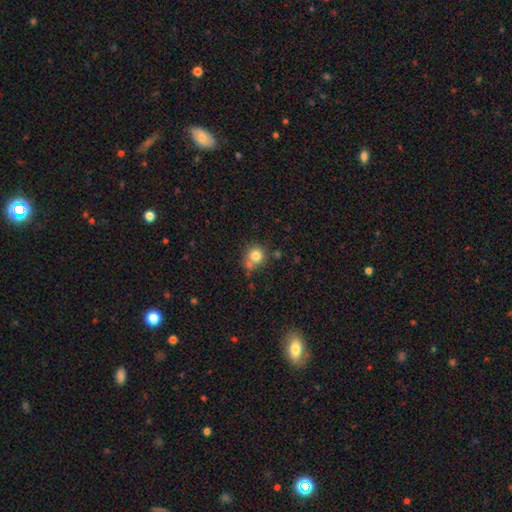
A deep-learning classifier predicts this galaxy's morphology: Smooth or featured?
  - smooth: 79% *
  - star or artifact: 11%
  - featured or disk: 9%
How rounded?
  - round: 88% *
  - in between: 11%
  - cigar-shaped: 1%
Merging?
  - none: 58% *
  - merger: 25%
  - minor disturbance: 12%
  - major disturbance: 4%